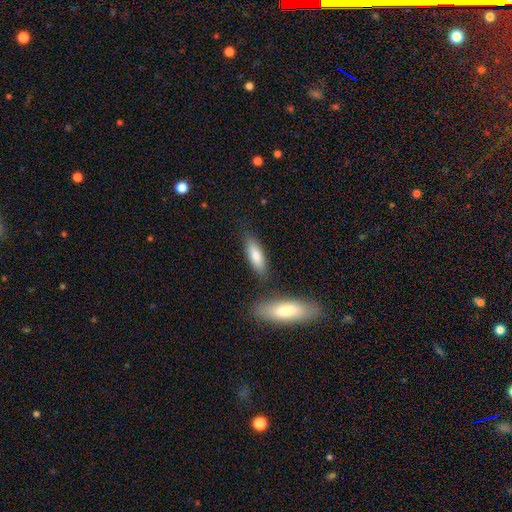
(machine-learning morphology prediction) Smooth or featured? smooth (79%)
How rounded? in between (50%)
Merging? none (75%)